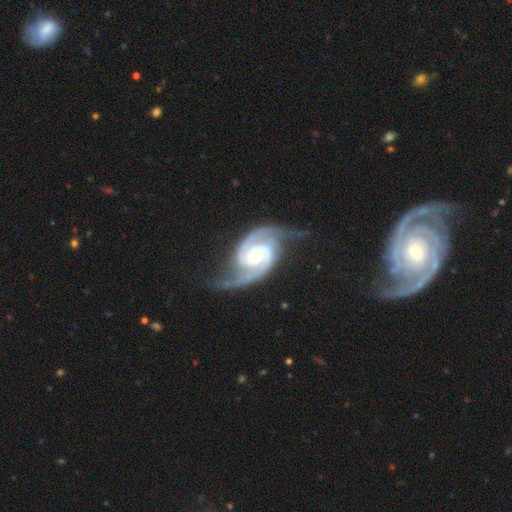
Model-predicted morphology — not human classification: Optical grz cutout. It shows a featured or disk galaxy (93%) with no bar (56%), 2 (92%) medium (52%) spiral arms (99%) and a small central bulge (47%, tied with moderate). Merging: none (68%).